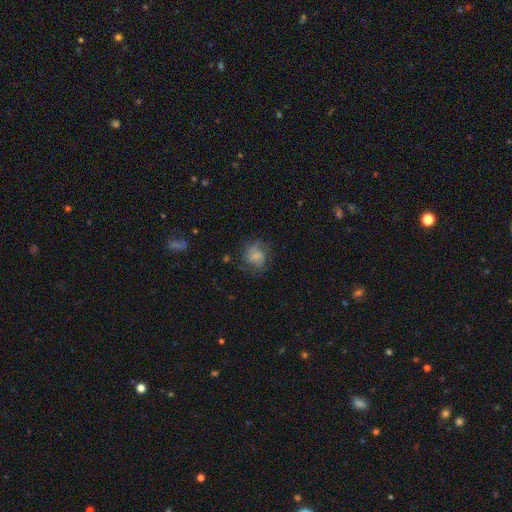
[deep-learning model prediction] Smooth or featured? smooth (61%)
How rounded? round (75%)
Merging? none (62%)